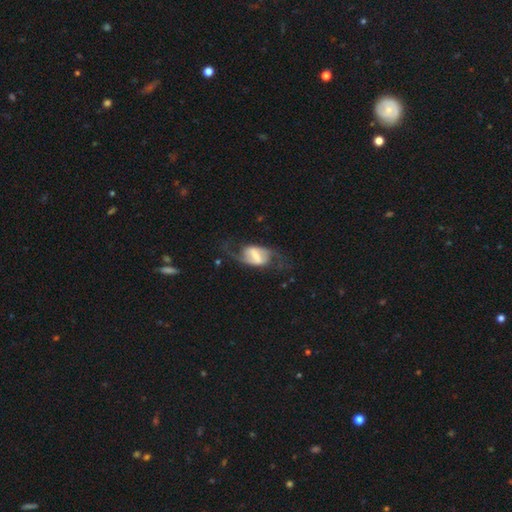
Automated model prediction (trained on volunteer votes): smooth_or_featured: featured or disk (p=0.79) [alt: smooth p=0.15]
disk_edge_on: no (p=0.96) [alt: yes p=0.04]
bar: strong (p=0.54) [alt: weak p=0.36]
has_spiral_arms: yes (p=0.91) [alt: no p=0.09]
spiral_winding: loose (p=0.61) [alt: medium p=0.31]
spiral_arm_count: 2 (p=0.91) [alt: can't tell p=0.03]
bulge_size: none (p=0.29) [alt: small p=0.27]
merging: none (p=0.61) [alt: major disturbance p=0.21]